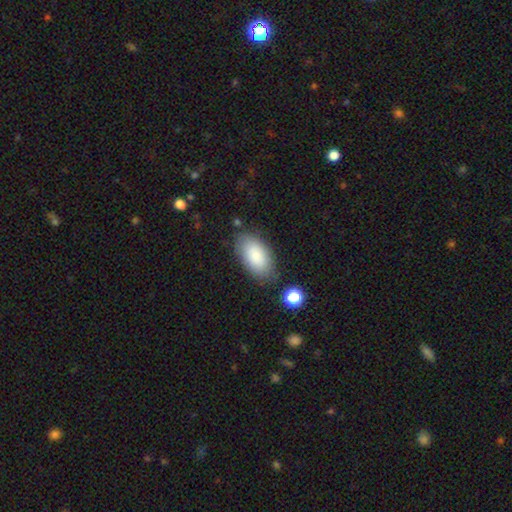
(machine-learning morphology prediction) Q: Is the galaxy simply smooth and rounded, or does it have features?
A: smooth — 86%.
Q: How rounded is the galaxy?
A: in between — 95%.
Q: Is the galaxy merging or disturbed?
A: none — 78%.